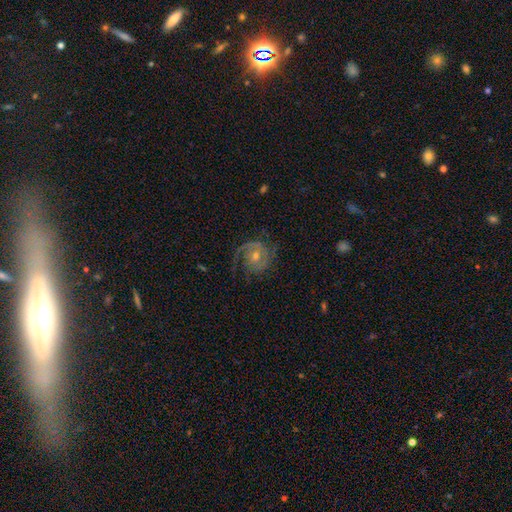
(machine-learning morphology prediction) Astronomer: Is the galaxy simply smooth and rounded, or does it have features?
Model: featured or disk — 84%.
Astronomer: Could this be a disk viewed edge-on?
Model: no — 98%.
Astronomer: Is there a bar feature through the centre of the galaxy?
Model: no — 70%.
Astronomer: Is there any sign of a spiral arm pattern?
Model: yes — 96%.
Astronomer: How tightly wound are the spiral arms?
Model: tight — 51% (runner-up: medium, 38%).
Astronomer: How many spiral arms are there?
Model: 2 — 56%.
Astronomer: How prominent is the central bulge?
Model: moderate — 53% (runner-up: small, 43%).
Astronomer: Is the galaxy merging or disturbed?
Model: none — 73%.